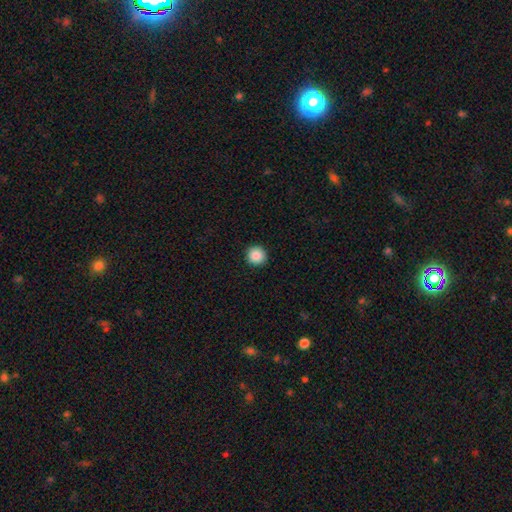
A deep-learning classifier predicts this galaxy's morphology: Smooth or featured? smooth (88%)
How rounded? round (95%)
Merging? none (93%)